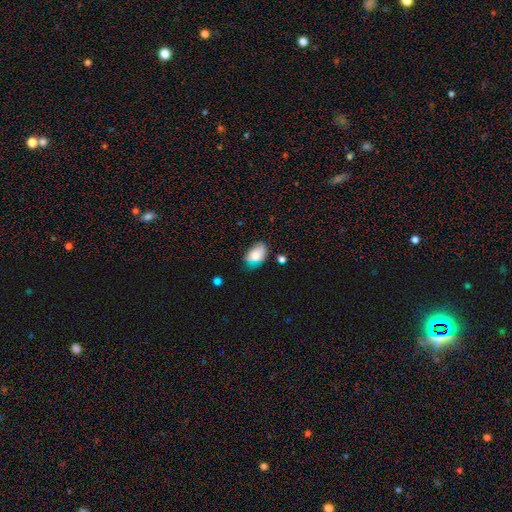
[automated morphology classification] Overall: smooth (76%). How rounded: in between (88%). Merging: none (54%; minor disturbance 34%).